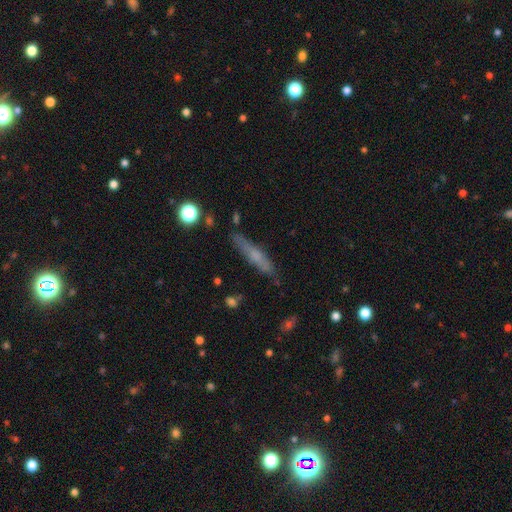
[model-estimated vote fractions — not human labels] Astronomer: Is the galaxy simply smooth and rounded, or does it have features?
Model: smooth — 49% (runner-up: featured or disk, 42%).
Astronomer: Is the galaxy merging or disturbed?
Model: none — 78%.